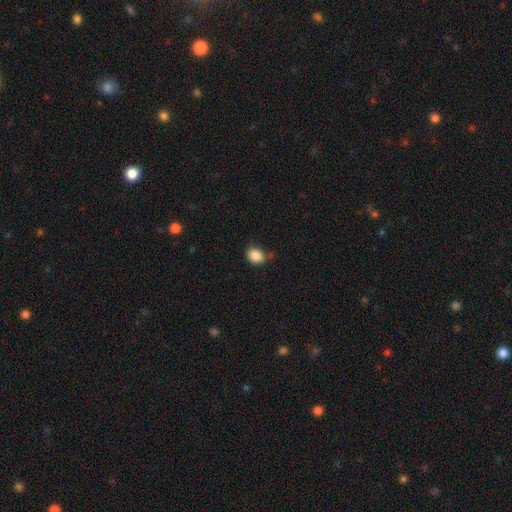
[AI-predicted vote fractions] A smooth galaxy with no disk features (87%) that is round (51%). Merging: none (74%).